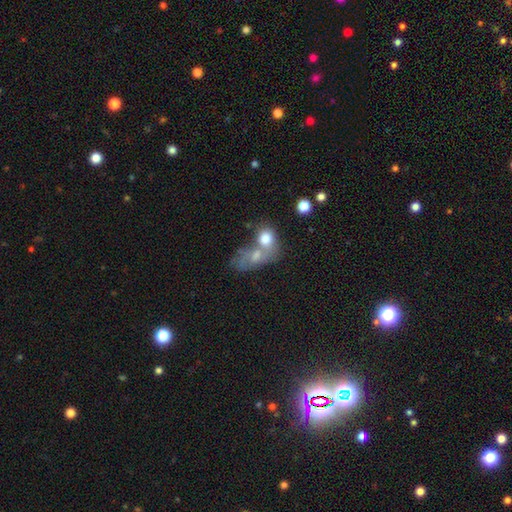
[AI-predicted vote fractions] smooth 55%, featured or disk 28%, star or artifact 16%. Down the decision tree: how rounded — in between (61%); merging — merger (54%).